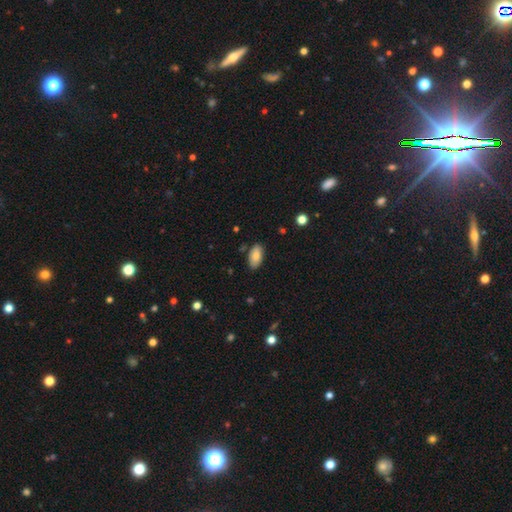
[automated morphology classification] smooth-or-featured: smooth: 82% | featured or disk: 11% | star or artifact: 7%
  how-rounded: in between: 94% | cigar-shaped: 3% | round: 3%
  merging: none: 84% | minor disturbance: 12% | major disturbance: 2% | merger: 2%